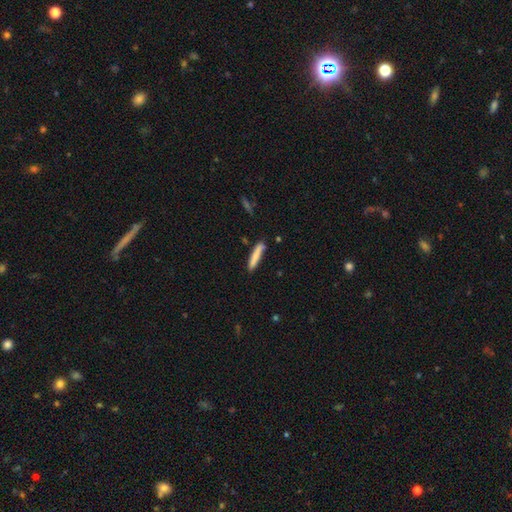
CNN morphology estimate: The model was most divided on "smooth or featured": smooth: 78%, featured or disk: 16%, star or artifact: 6%. More confident: how rounded — cigar-shaped (92%); merging — none (78%).